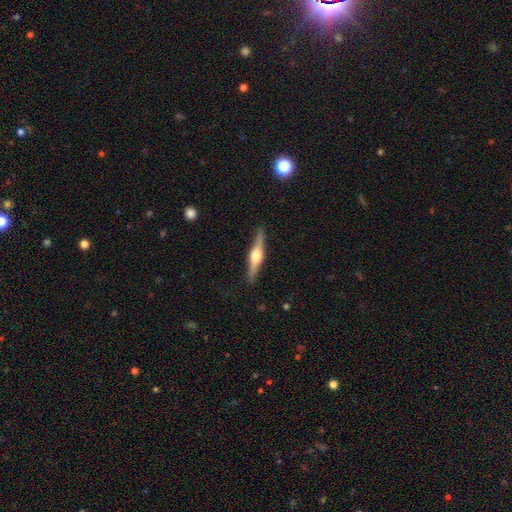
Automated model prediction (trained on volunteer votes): Smooth or featured?
  - featured or disk: 74% *
  - smooth: 21%
  - star or artifact: 5%
Edge-on disk?
  - yes: 98% *
  - no: 2%
Edge-on bulge?
  - rounded: 91% *
  - boxy: 6%
  - none: 2%
Merging?
  - none: 90% *
  - minor disturbance: 8%
  - major disturbance: 2%
  - merger: 1%